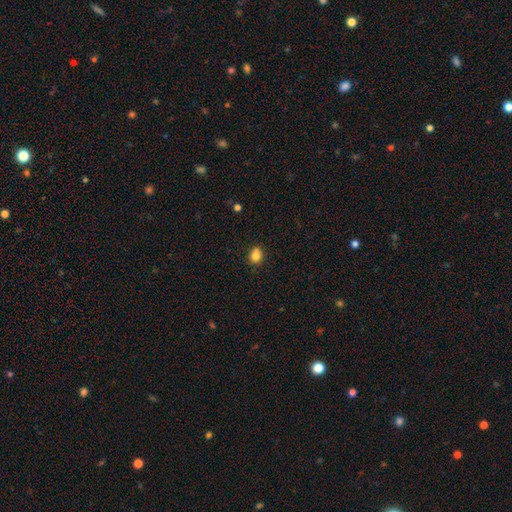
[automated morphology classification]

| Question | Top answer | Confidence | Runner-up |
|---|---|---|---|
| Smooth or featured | smooth | 81% | star or artifact (12%) |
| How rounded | round | 67% | in between (32%) |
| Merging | none | 67% | minor disturbance (19%) |